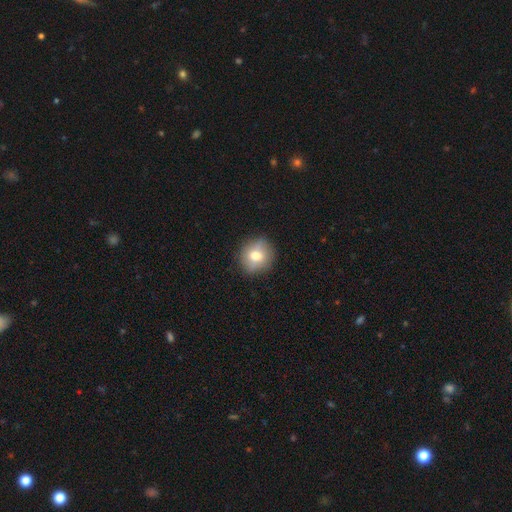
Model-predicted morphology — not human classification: Smooth or featured: smooth — 71% (featured or disk — 19%)
How rounded: round — 84% (in between — 15%)
Merging: none — 85% (minor disturbance — 11%)